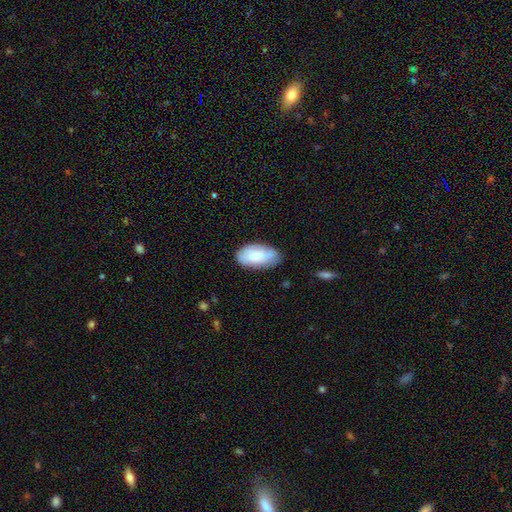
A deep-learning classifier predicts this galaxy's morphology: A smooth galaxy with no disk features (79%) that is in between round and cigar-shaped (95%).

Vote fractions:
- Smooth or featured? smooth: 79% / featured or disk: 15% / star or artifact: 6%
- How rounded? in between: 95% / cigar-shaped: 3% / round: 2%
- Merging? none: 73% / minor disturbance: 20% / major disturbance: 4% / merger: 2%